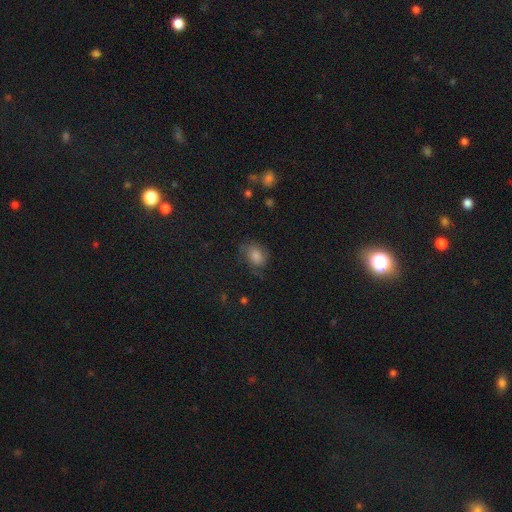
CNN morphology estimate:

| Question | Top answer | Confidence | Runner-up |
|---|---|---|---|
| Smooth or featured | smooth | 55% | featured or disk (26%) |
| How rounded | in between | 64% | round (35%) |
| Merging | none | 62% | minor disturbance (24%) |